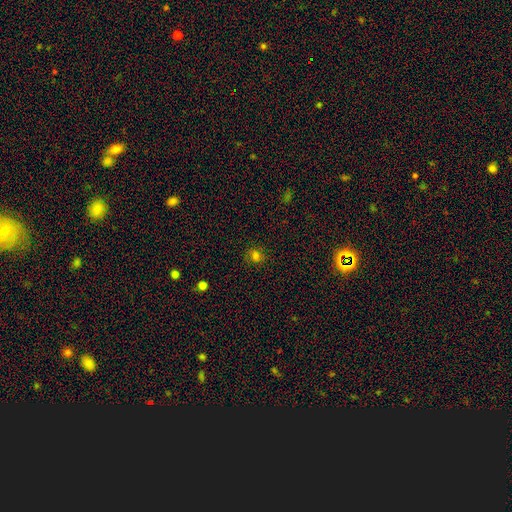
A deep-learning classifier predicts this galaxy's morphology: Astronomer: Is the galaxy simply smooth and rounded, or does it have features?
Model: smooth — 71%.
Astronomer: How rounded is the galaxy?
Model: round — 71%.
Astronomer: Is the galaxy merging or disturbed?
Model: none — 78%.